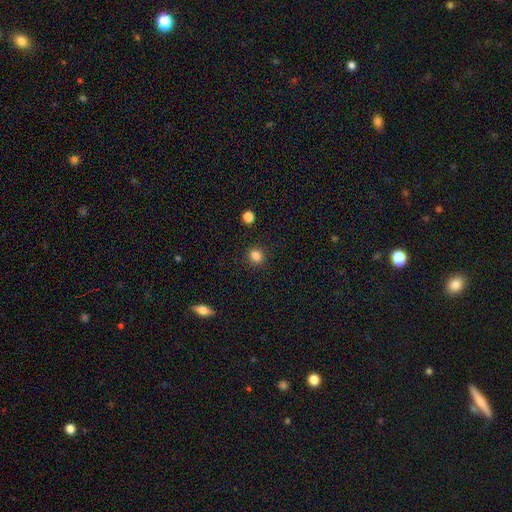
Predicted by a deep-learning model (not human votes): Overall: smooth (84%). How rounded: round (83%). Merging: none (90%).